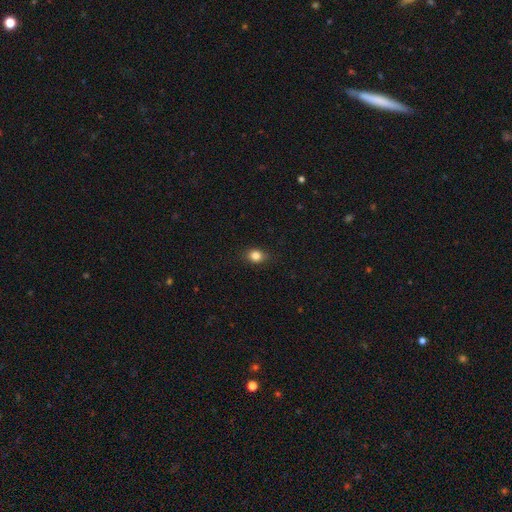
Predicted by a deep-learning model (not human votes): Smooth or featured? Predicted: smooth (p=0.84). How rounded? Predicted: round (p=0.56). Merging? Predicted: none (p=0.84).